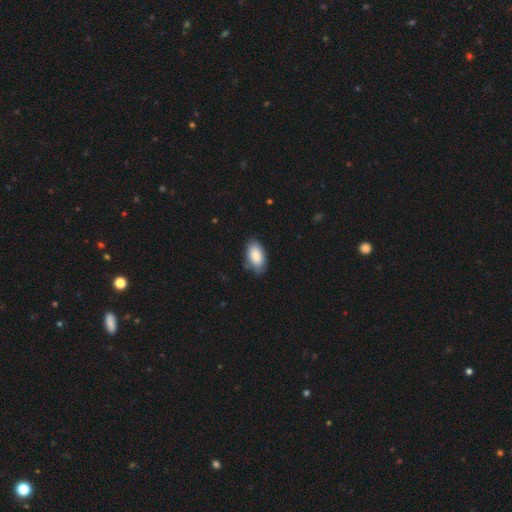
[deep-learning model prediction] A smooth galaxy with no disk features (86%) that is in between round and cigar-shaped (94%).

Vote fractions:
- Smooth or featured? smooth: 86% / featured or disk: 8% / star or artifact: 6%
- How rounded? in between: 94% / round: 3% / cigar-shaped: 3%
- Merging? none: 79% / minor disturbance: 17% / major disturbance: 3% / merger: 1%